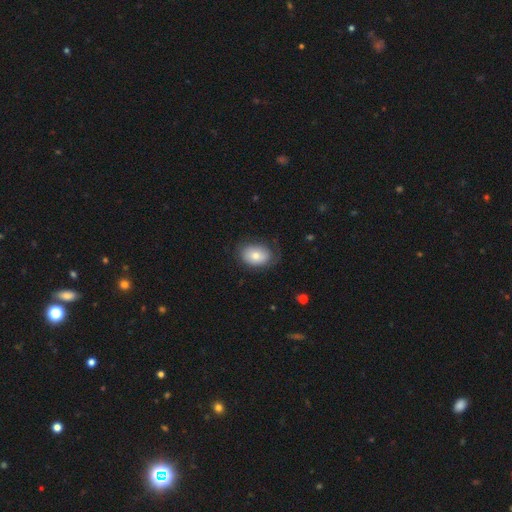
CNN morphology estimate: Q: Smooth or featured?
A: smooth (76%); runner-up: featured or disk (17%)
Q: How rounded?
A: in between (75%); runner-up: round (24%)
Q: Merging?
A: none (68%); runner-up: minor disturbance (23%)